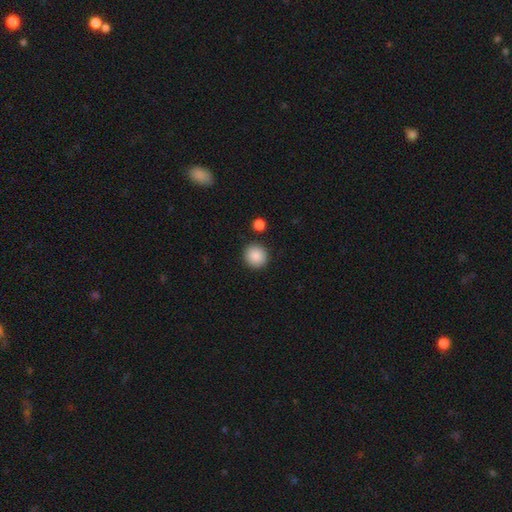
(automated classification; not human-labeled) Smooth or featured: smooth — 89% (star or artifact — 8%)
How rounded: round — 91% (in between — 8%)
Merging: none — 89% (minor disturbance — 6%)